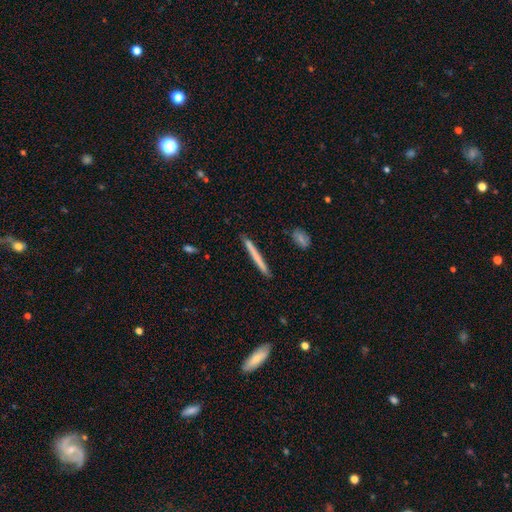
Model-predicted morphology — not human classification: Q: Smooth or featured?
A: smooth (60%); runner-up: featured or disk (34%)
Q: How rounded?
A: cigar-shaped (97%); runner-up: in between (2%)
Q: Merging?
A: none (91%); runner-up: minor disturbance (6%)